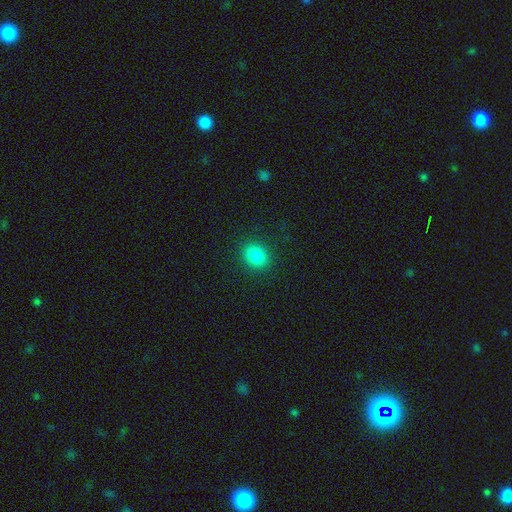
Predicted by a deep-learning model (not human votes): Overall: smooth (85%). How rounded: round (54%; in between 45%). Merging: none (89%).